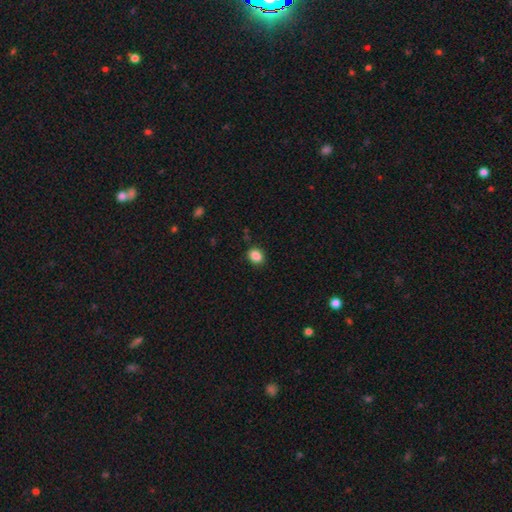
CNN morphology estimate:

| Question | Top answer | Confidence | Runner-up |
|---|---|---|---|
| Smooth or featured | smooth | 87% | star or artifact (10%) |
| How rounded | in between | 54% | round (45%) |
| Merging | none | 87% | minor disturbance (10%) |